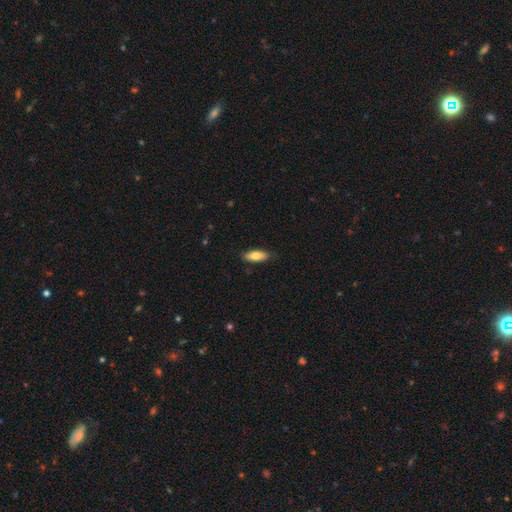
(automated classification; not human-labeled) The model was most divided on "how rounded": in between: 71%, cigar-shaped: 27%, round: 2%. More confident: merging — none (85%); smooth or featured — smooth (79%).